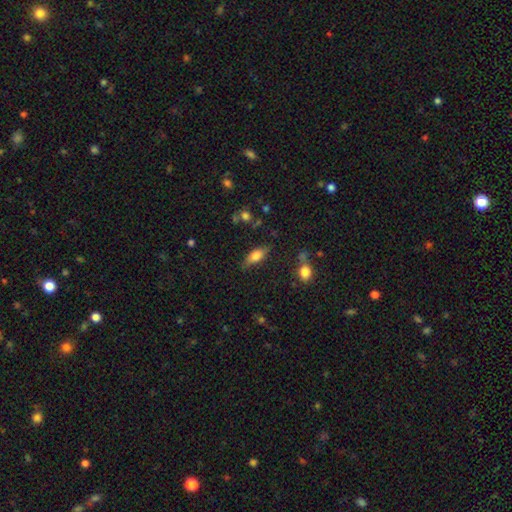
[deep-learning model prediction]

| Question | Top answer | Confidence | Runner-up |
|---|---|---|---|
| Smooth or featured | smooth | 70% | featured or disk (22%) |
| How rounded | in between | 75% | cigar-shaped (21%) |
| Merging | none | 75% | minor disturbance (18%) |